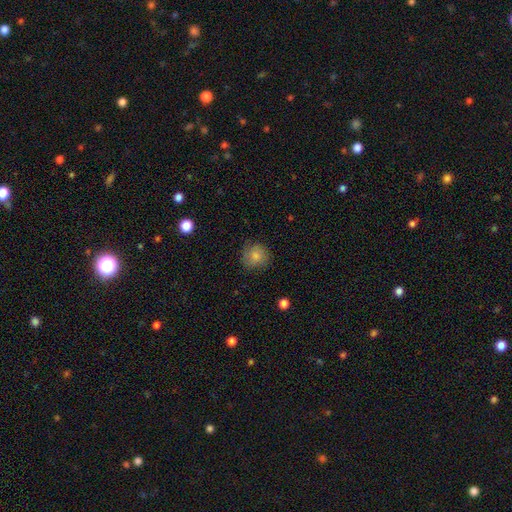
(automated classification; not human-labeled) Overall: smooth (82%). How rounded: round (87%). Merging: none (78%).